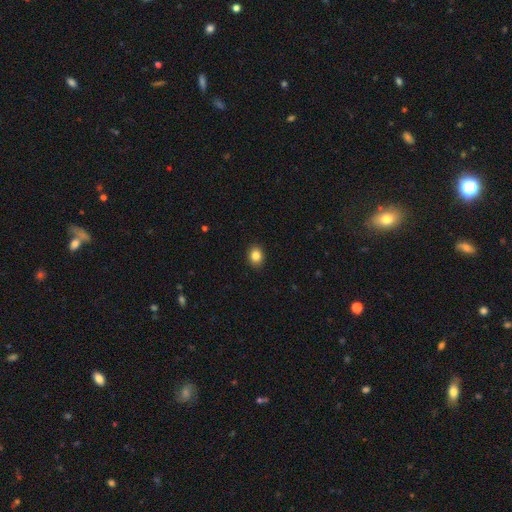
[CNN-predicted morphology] smooth 85%, star or artifact 10%, featured or disk 5%. Down the decision tree: how rounded — in between (50%, tied with round); merging — none (90%).